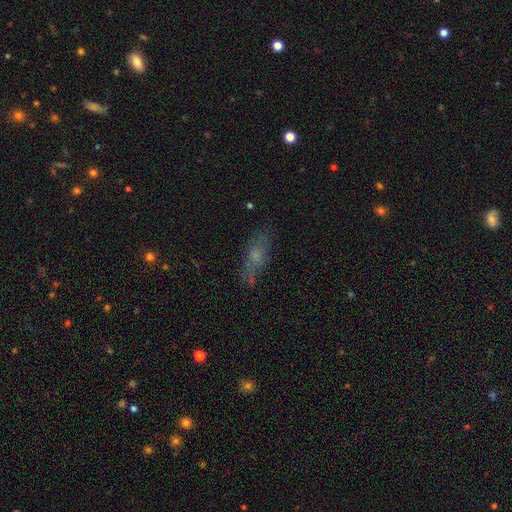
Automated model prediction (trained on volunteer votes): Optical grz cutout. It shows a smooth galaxy with no disk features (55%) that is in between round and cigar-shaped (55%). Merging: none (69%).